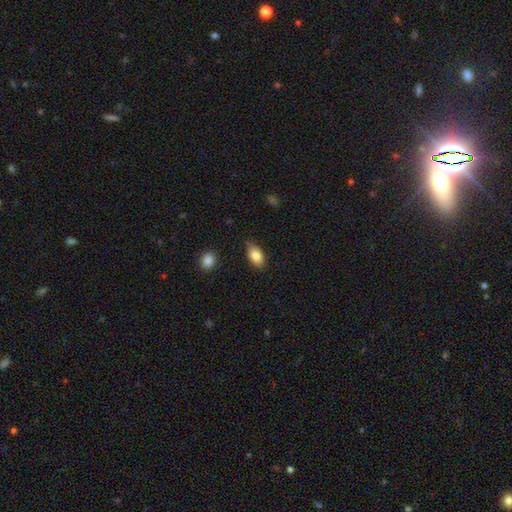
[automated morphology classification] Smooth or featured?
  - smooth: 84% *
  - featured or disk: 8%
  - star or artifact: 8%
How rounded?
  - in between: 90% *
  - round: 8%
  - cigar-shaped: 2%
Merging?
  - none: 78% *
  - minor disturbance: 17%
  - major disturbance: 3%
  - merger: 2%